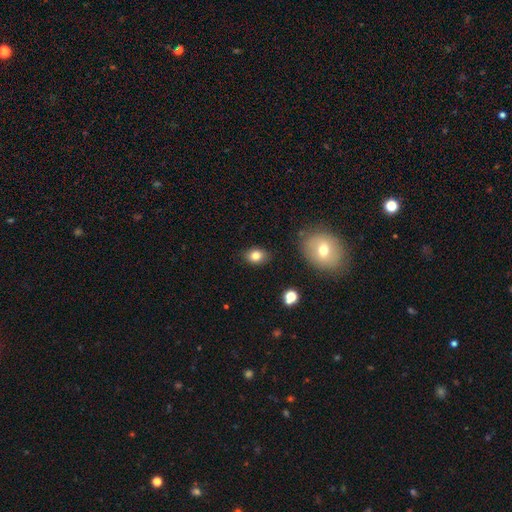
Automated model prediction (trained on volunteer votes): smooth-or-featured: smooth: 81% | star or artifact: 10% | featured or disk: 9%
  how-rounded: in between: 70% | round: 29% | cigar-shaped: 1%
  merging: none: 85% | minor disturbance: 10% | major disturbance: 3% | merger: 2%